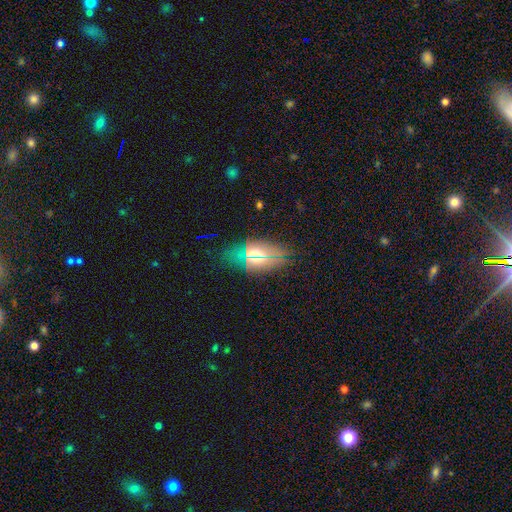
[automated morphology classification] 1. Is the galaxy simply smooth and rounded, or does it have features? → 57% smooth, 23% star or artifact, 20% featured or disk.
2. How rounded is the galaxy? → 85% in between, 11% round, 4% cigar-shaped.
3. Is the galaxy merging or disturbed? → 79% none, 14% minor disturbance, 5% major disturbance, 2% merger.